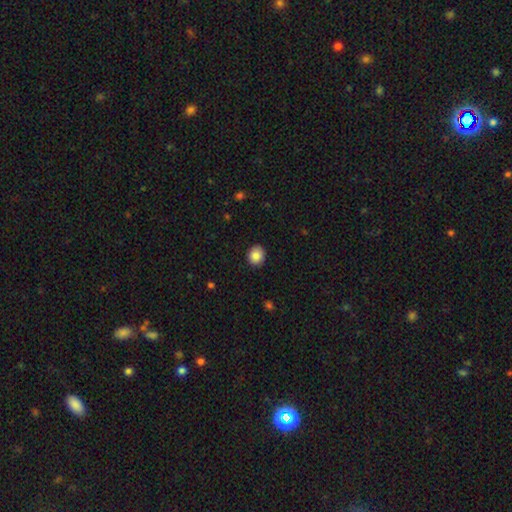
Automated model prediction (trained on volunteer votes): Q: Smooth or featured?
A: smooth (86%); runner-up: star or artifact (9%)
Q: How rounded?
A: round (80%); runner-up: in between (19%)
Q: Merging?
A: none (91%); runner-up: minor disturbance (7%)